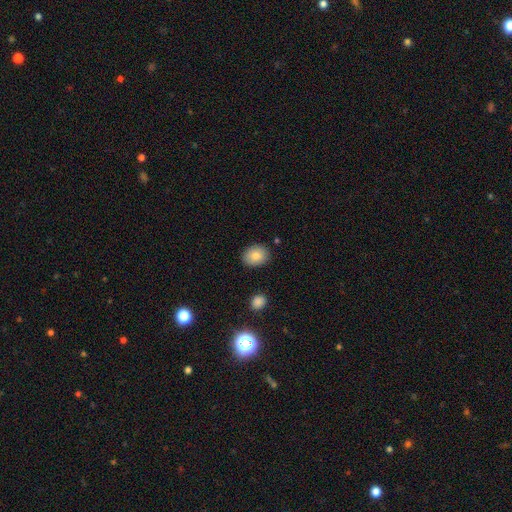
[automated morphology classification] Q: Smooth or featured?
A: smooth (83%); runner-up: featured or disk (9%)
Q: How rounded?
A: in between (55%); runner-up: round (44%)
Q: Merging?
A: none (87%); runner-up: minor disturbance (9%)